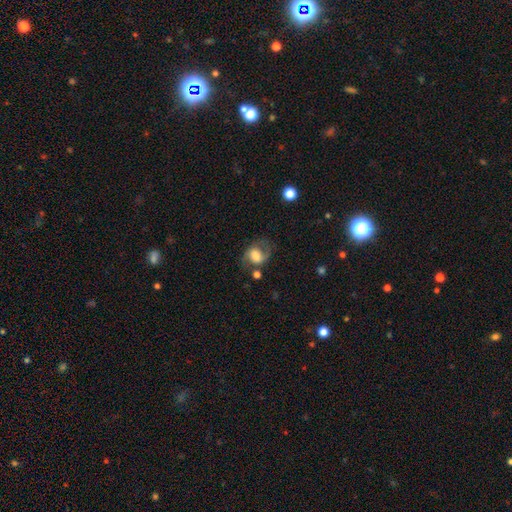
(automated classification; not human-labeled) Smooth or featured? smooth (46%)
Merging? none (53%)